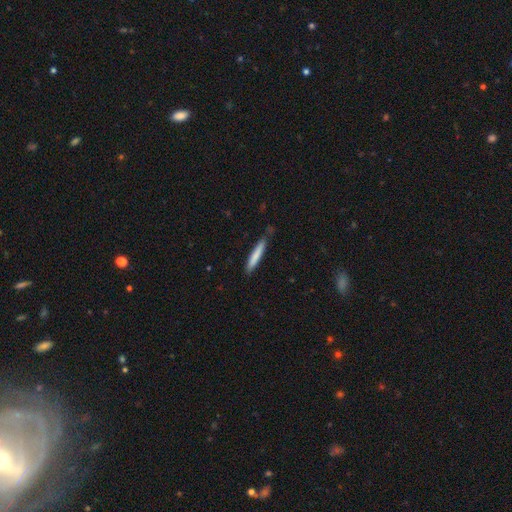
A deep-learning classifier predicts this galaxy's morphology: Smooth or featured? Predicted: smooth (p=0.79). How rounded? Predicted: cigar-shaped (p=0.94). Merging? Predicted: none (p=0.82).